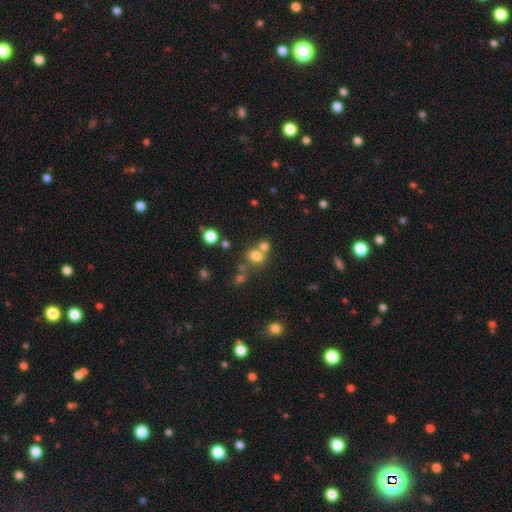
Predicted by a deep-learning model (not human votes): A smooth galaxy with no disk features (74%) that is round (62%).

Vote fractions:
- Smooth or featured? smooth: 74% / star or artifact: 16% / featured or disk: 10%
- How rounded? round: 62% / in between: 37% / cigar-shaped: 1%
- Merging? none: 48% / merger: 38% / minor disturbance: 9% / major disturbance: 5%